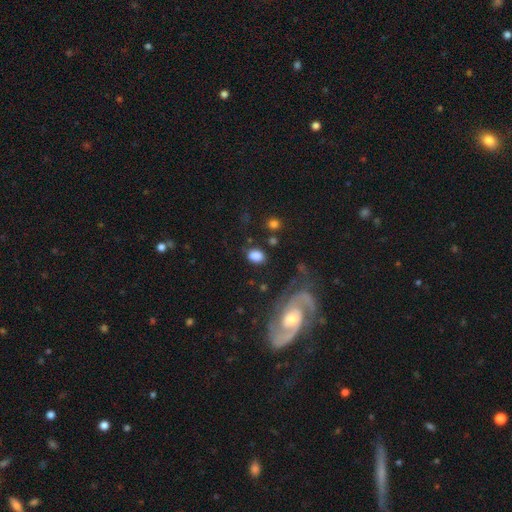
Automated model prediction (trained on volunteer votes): Q: Smooth or featured?
A: smooth (78%); runner-up: featured or disk (13%)
Q: How rounded?
A: in between (75%); runner-up: round (23%)
Q: Merging?
A: none (75%); runner-up: minor disturbance (14%)